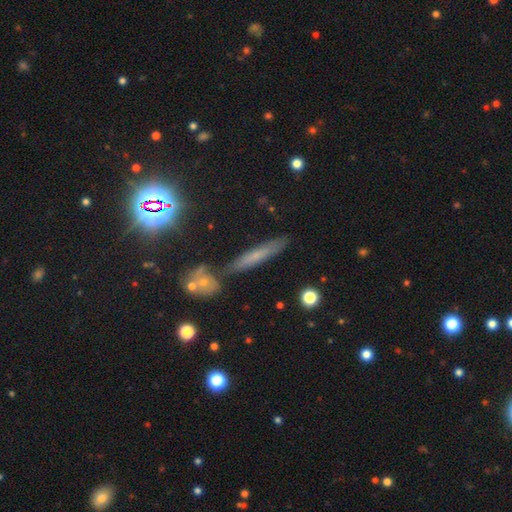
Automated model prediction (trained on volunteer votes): Overall: smooth (56%; featured or disk 30%). How rounded: cigar-shaped (89%). Merging: none (78%).